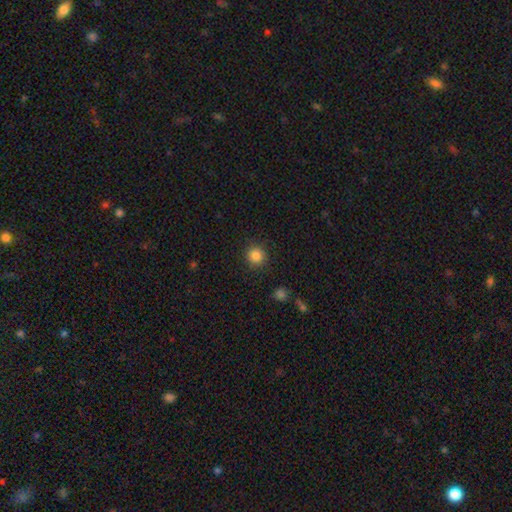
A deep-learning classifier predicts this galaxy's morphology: Smooth or featured: smooth — 85% (star or artifact — 11%)
How rounded: round — 92% (in between — 7%)
Merging: none — 90% (minor disturbance — 6%)